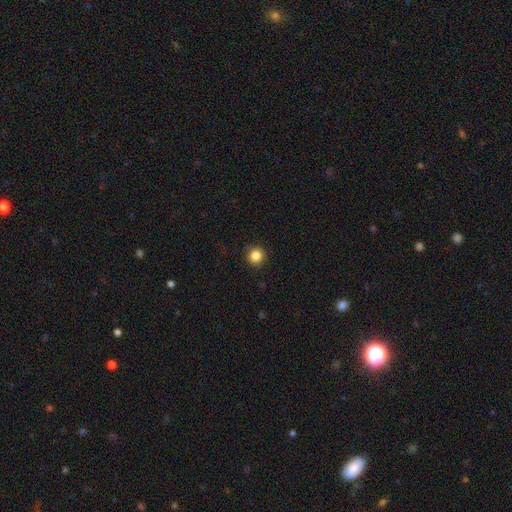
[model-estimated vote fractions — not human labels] This is clearly a smooth galaxy (85%). How rounded: clearly round (94%). Merging: clearly none (91%).